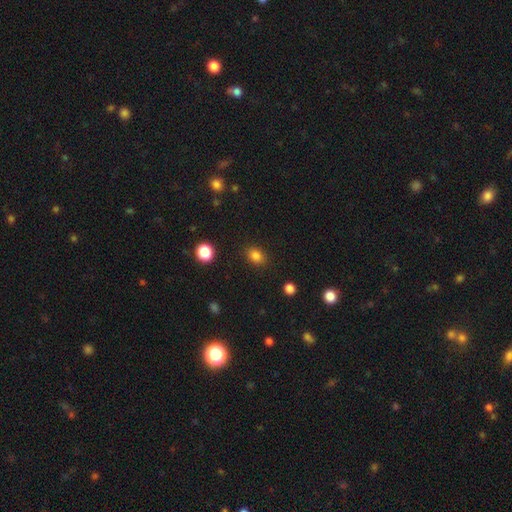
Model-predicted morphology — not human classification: smooth 83%, star or artifact 12%, featured or disk 5%. Down the decision tree: how rounded — in between (62%); merging — none (87%).